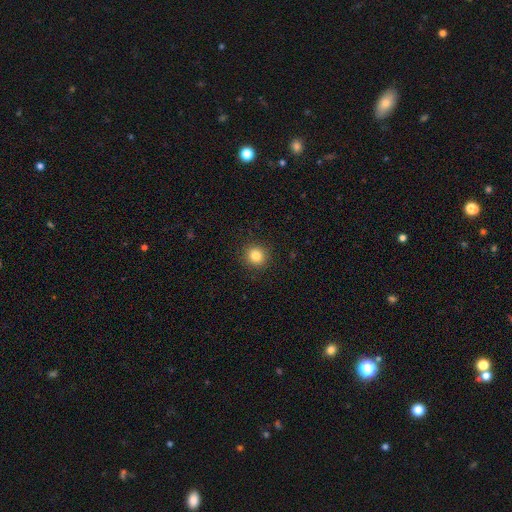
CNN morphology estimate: The model was most divided on "smooth or featured": smooth: 83%, star or artifact: 12%, featured or disk: 5%. More confident: how rounded — round (93%); merging — none (91%).